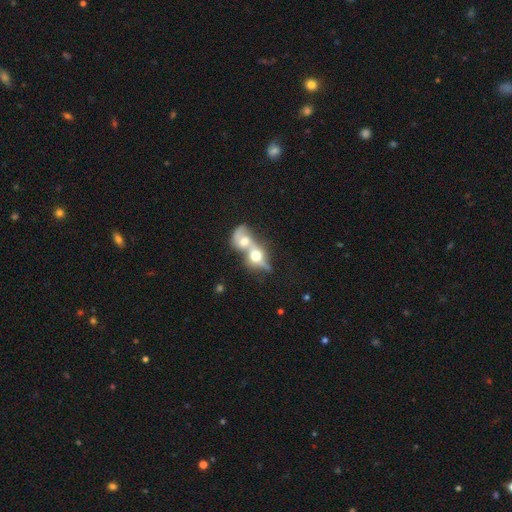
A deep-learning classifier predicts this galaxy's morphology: featured or disk 50%, smooth 40%, star or artifact 10%. Down the decision tree: edge-on disk — no (73%); merging — merger (83%).